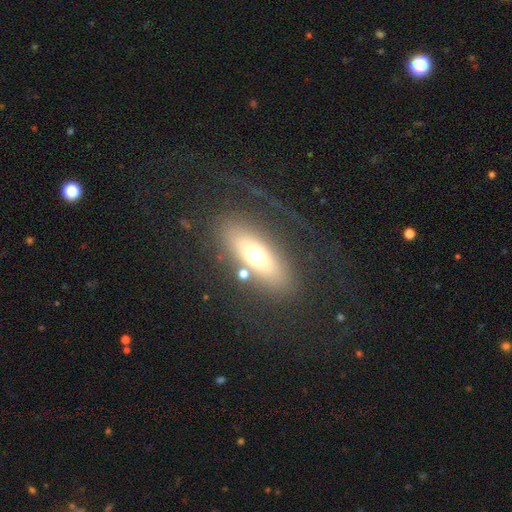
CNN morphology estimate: The model was most divided on "smooth or featured": smooth: 47%, featured or disk: 44%, star or artifact: 9%. More confident: merging — none (59%).